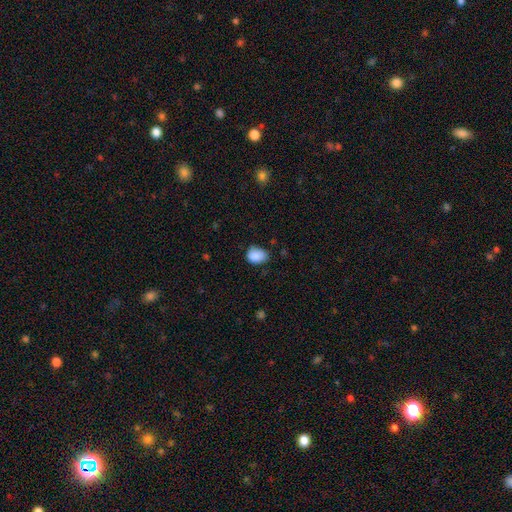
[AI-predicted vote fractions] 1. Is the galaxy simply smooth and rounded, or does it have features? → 87% smooth, 8% star or artifact, 5% featured or disk.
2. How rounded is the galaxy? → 65% in between, 34% round, 1% cigar-shaped.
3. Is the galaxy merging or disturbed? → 59% none, 33% minor disturbance, 6% major disturbance, 2% merger.